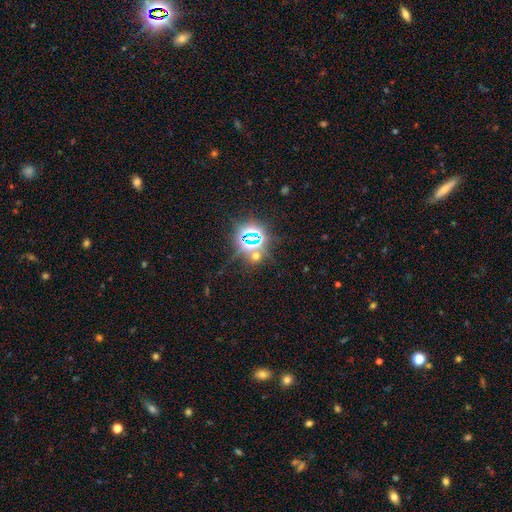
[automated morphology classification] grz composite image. It shows a star or artifact, not a galaxy (73%).